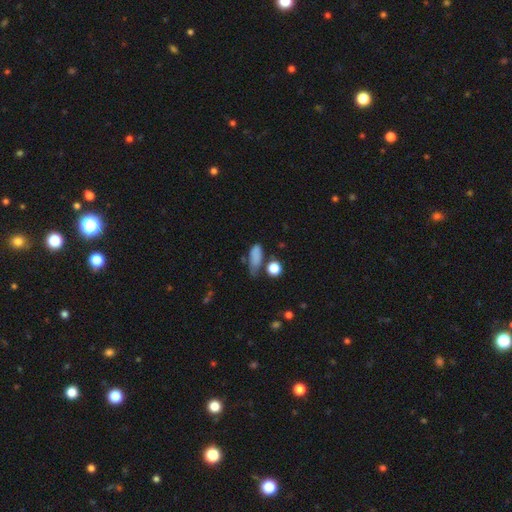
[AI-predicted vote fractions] Q: Smooth or featured?
A: smooth (78%); runner-up: star or artifact (11%)
Q: How rounded?
A: in between (69%); runner-up: cigar-shaped (21%)
Q: Merging?
A: none (43%); runner-up: minor disturbance (31%)